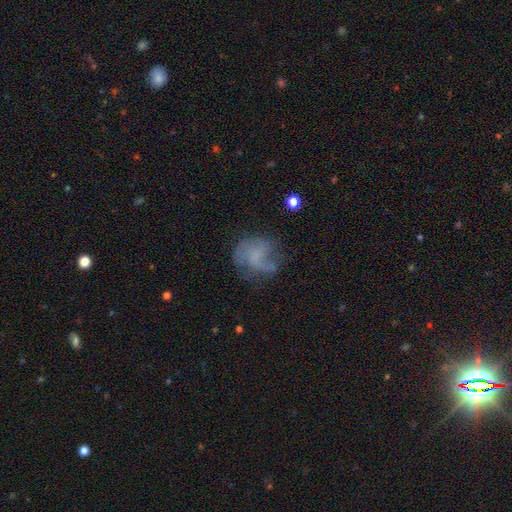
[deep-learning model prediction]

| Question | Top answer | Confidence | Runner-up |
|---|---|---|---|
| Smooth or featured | featured or disk | 56% | smooth (32%) |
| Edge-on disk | no | 98% | yes (2%) |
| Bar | no | 70% | weak (25%) |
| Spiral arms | yes | 73% | no (27%) |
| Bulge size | none | 65% | small (22%) |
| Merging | none | 48% | major disturbance (27%) |